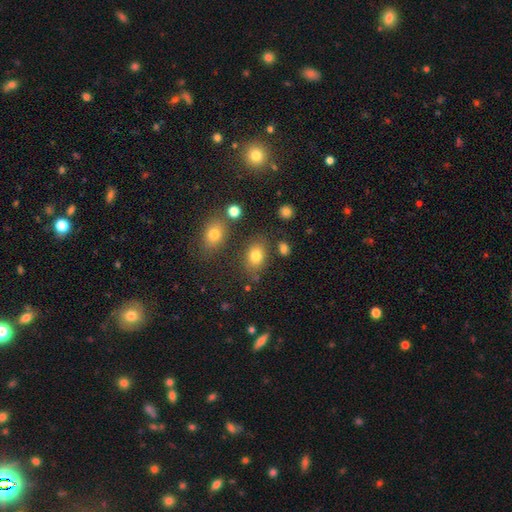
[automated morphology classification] This appears to be a smooth galaxy with no disk features (79%) that is in between round and cigar-shaped (75%). Merging: none (76%).